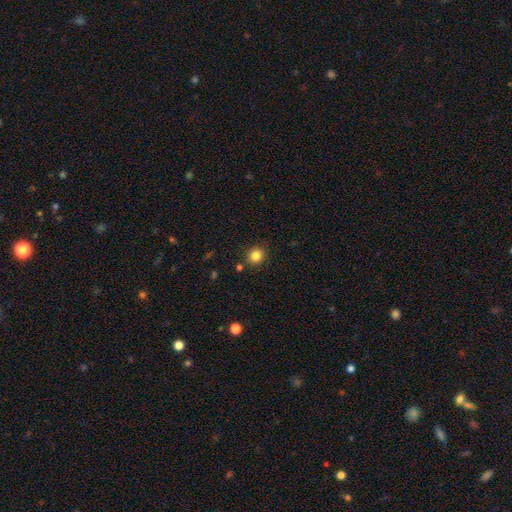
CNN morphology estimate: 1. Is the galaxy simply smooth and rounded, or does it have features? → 83% smooth, 12% star or artifact, 5% featured or disk.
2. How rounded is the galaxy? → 85% round, 14% in between, 1% cigar-shaped.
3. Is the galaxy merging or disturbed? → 86% none, 8% minor disturbance, 4% merger, 2% major disturbance.